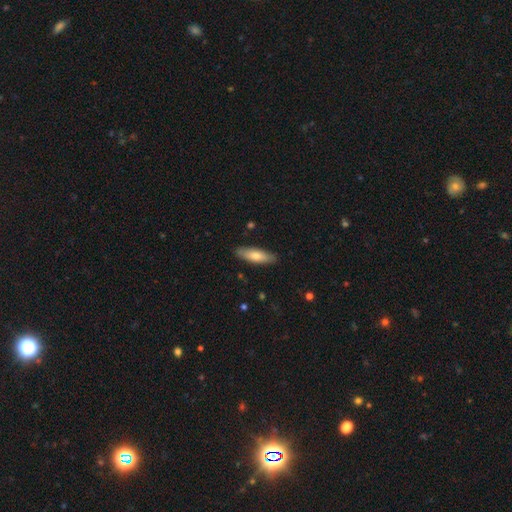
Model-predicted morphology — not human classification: smooth-or-featured: smooth: 73% | featured or disk: 22% | star or artifact: 5%
  how-rounded: cigar-shaped: 52% | in between: 46% | round: 2%
  merging: none: 87% | minor disturbance: 10% | major disturbance: 2% | merger: 1%